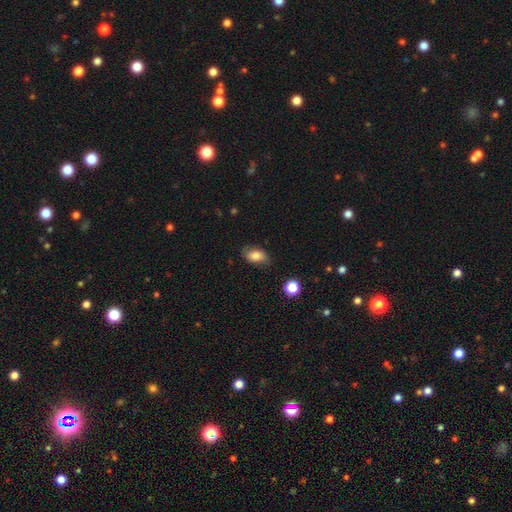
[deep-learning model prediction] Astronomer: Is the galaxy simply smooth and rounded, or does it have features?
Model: smooth — 77%.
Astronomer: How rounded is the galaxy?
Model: in between — 88%.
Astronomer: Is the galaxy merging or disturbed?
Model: none — 72%.